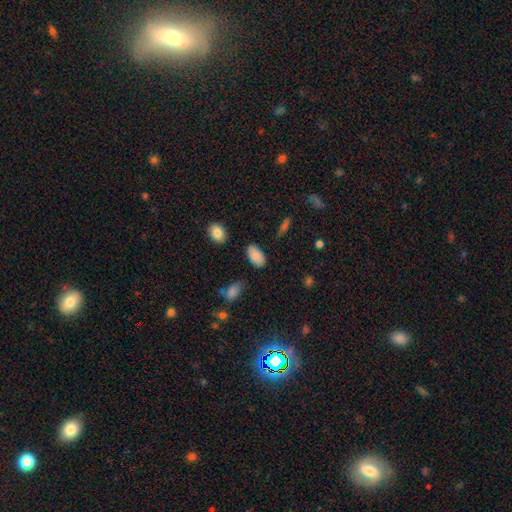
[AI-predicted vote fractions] Smooth or featured? smooth (86%)
How rounded? in between (94%)
Merging? none (81%)